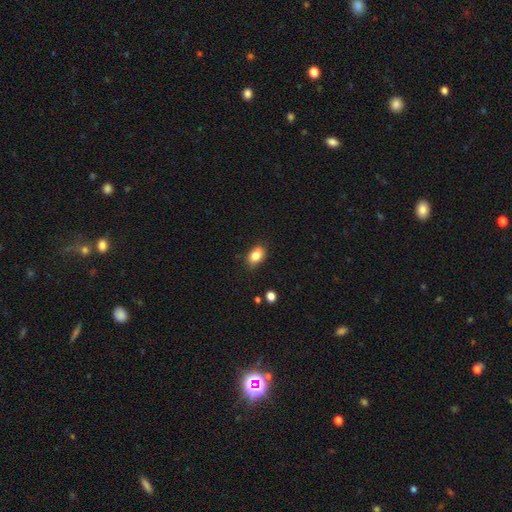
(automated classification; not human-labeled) Smooth or featured: smooth — 83% (star or artifact — 9%)
How rounded: in between — 82% (round — 17%)
Merging: none — 82% (minor disturbance — 14%)